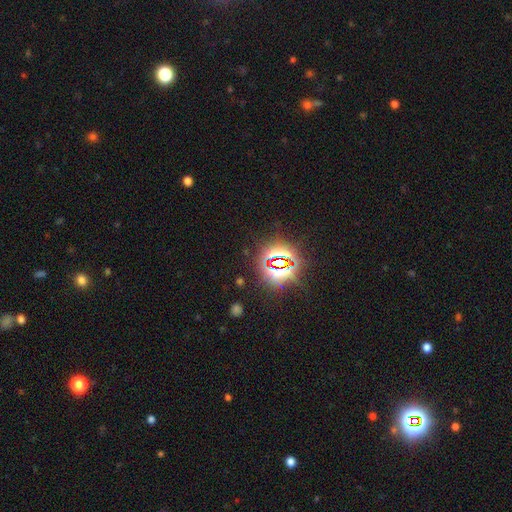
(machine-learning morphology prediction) Q: Smooth or featured?
A: star or artifact (84%); runner-up: smooth (10%)